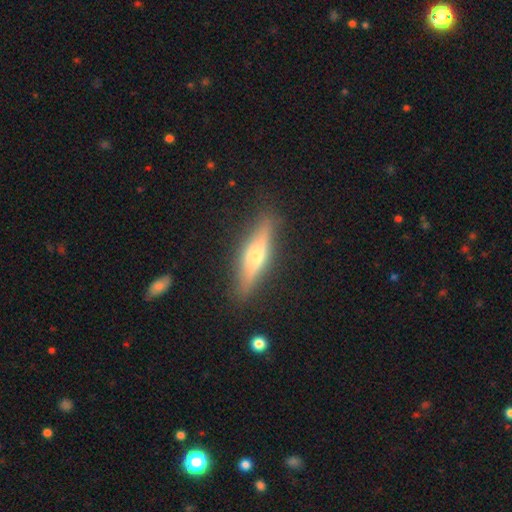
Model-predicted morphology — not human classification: Smooth or featured? Predicted: featured or disk (p=0.68). Edge-on disk? Predicted: yes (p=0.95). Edge-on bulge? Predicted: rounded (p=0.88). Merging? Predicted: none (p=0.88).